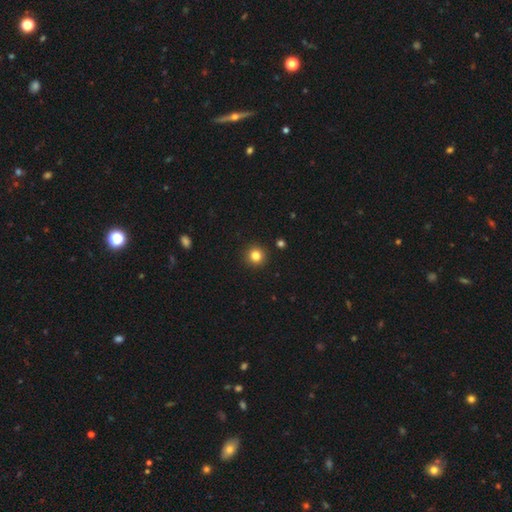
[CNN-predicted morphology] smooth-or-featured: smooth: 83% | star or artifact: 12% | featured or disk: 5%
  how-rounded: round: 95% | in between: 4% | cigar-shaped: 1%
  merging: none: 92% | minor disturbance: 5% | major disturbance: 2% | merger: 1%